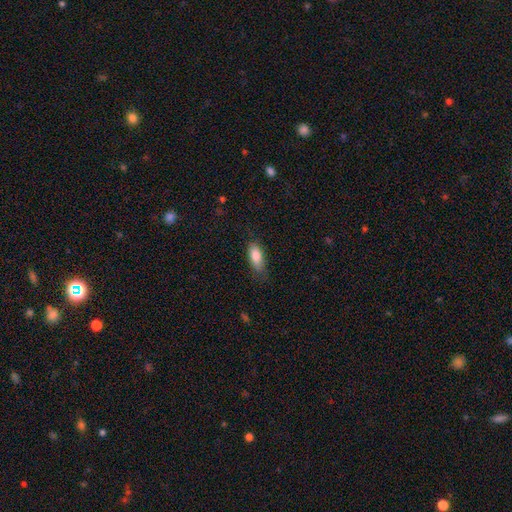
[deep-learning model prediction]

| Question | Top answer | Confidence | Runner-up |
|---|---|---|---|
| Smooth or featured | smooth | 83% | featured or disk (10%) |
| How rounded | in between | 79% | cigar-shaped (19%) |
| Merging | none | 75% | minor disturbance (19%) |